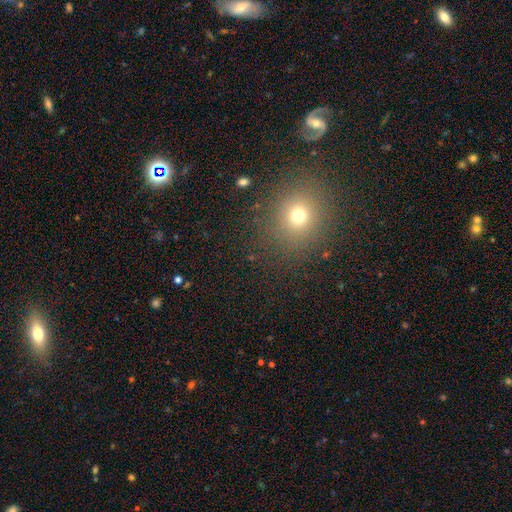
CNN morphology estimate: Q: Smooth or featured?
A: smooth (51%); runner-up: star or artifact (40%)
Q: How rounded?
A: round (83%); runner-up: in between (16%)
Q: Merging?
A: none (88%); runner-up: minor disturbance (6%)